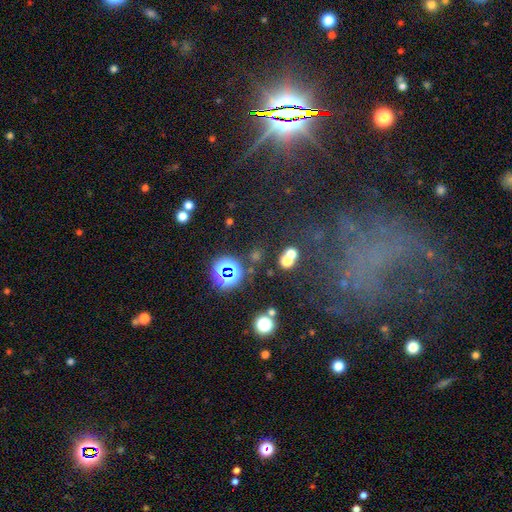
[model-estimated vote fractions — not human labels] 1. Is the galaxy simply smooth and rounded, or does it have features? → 53% star or artifact, 38% smooth, 9% featured or disk.